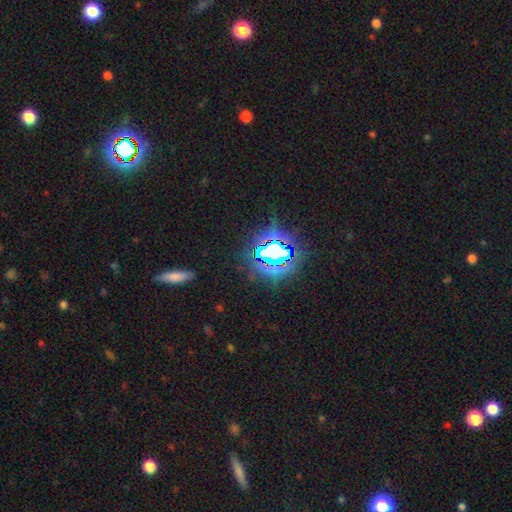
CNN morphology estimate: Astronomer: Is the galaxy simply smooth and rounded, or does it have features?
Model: star or artifact — 73%.